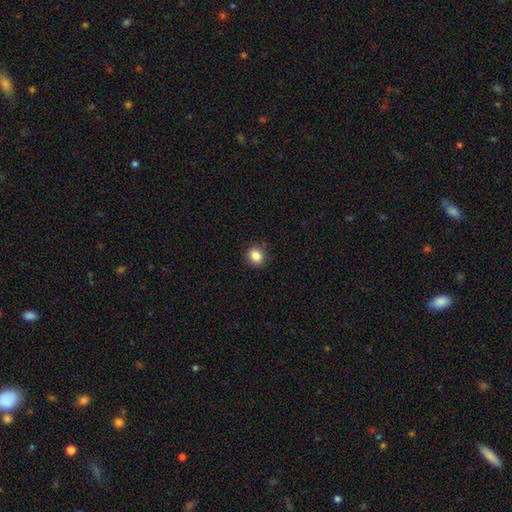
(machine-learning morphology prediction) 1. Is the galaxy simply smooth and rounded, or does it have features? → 85% smooth, 10% star or artifact, 5% featured or disk.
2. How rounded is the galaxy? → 73% round, 26% in between, 1% cigar-shaped.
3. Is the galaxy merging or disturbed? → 88% none, 9% minor disturbance, 2% major disturbance, 1% merger.